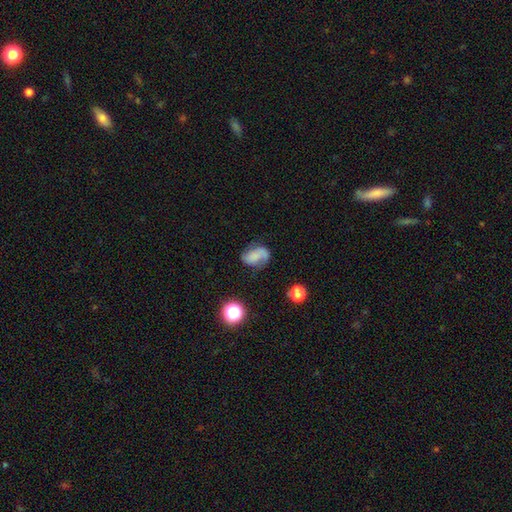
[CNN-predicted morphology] featured or disk 52%, smooth 37%, star or artifact 11%. Down the decision tree: edge-on disk — no (97%); bar — no (66%); spiral arms — yes (86%); bulge size — none (59%); merging — none (52%).